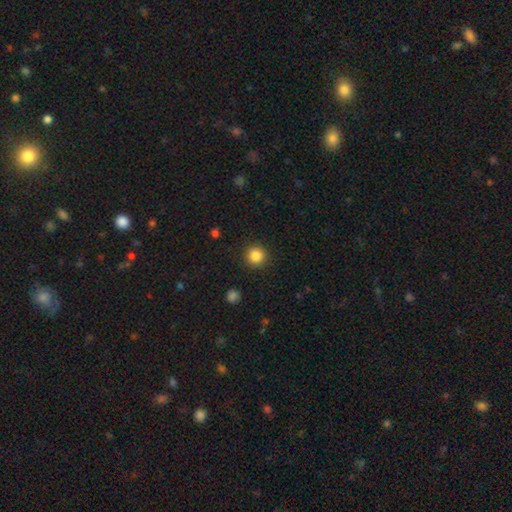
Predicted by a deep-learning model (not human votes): The model was most divided on "smooth or featured": smooth: 85%, star or artifact: 11%, featured or disk: 4%. More confident: how rounded — round (95%); merging — none (91%).